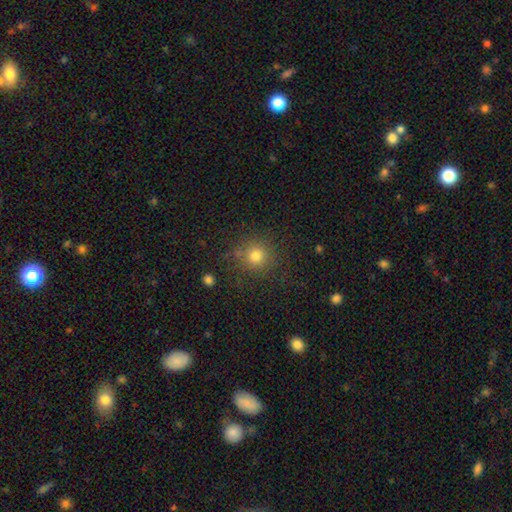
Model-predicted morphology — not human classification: smooth 77%, star or artifact 15%, featured or disk 7%. Down the decision tree: how rounded — round (93%); merging — none (84%).